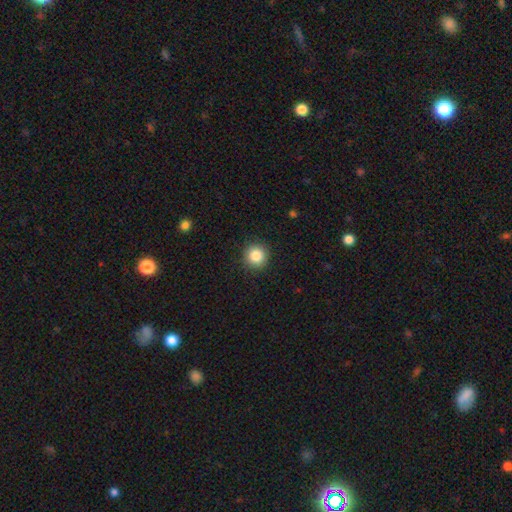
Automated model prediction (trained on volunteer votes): The model was most divided on "smooth or featured": smooth: 85%, star or artifact: 10%, featured or disk: 5%. More confident: how rounded — round (94%); merging — none (91%).